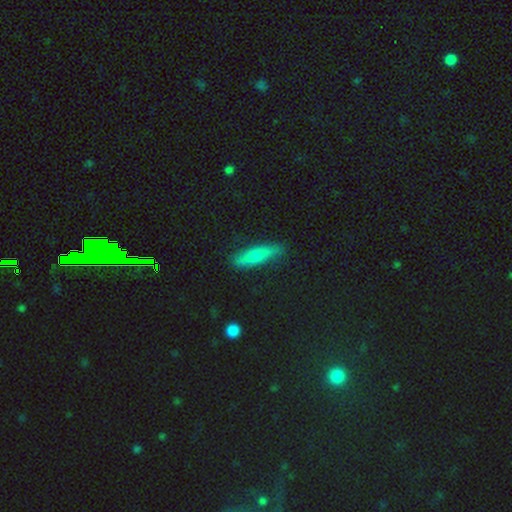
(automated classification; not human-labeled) Smooth or featured?
  - smooth: 66% *
  - featured or disk: 26%
  - star or artifact: 8%
How rounded?
  - cigar-shaped: 75% *
  - in between: 23%
  - round: 2%
Merging?
  - none: 82% *
  - minor disturbance: 14%
  - major disturbance: 2%
  - merger: 1%